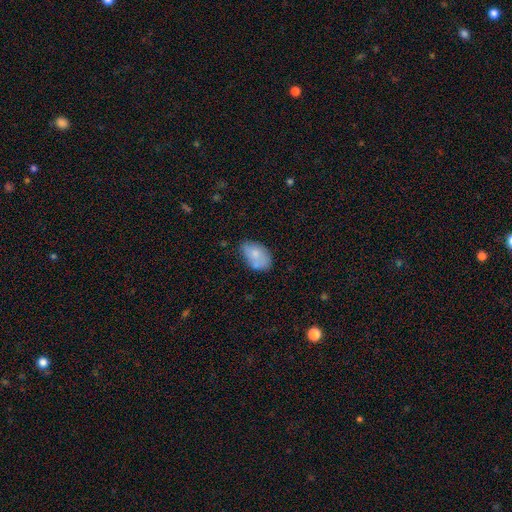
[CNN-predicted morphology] This is likely a smooth galaxy (76%). How rounded: clearly in between (89%). Merging: possibly none (54%).